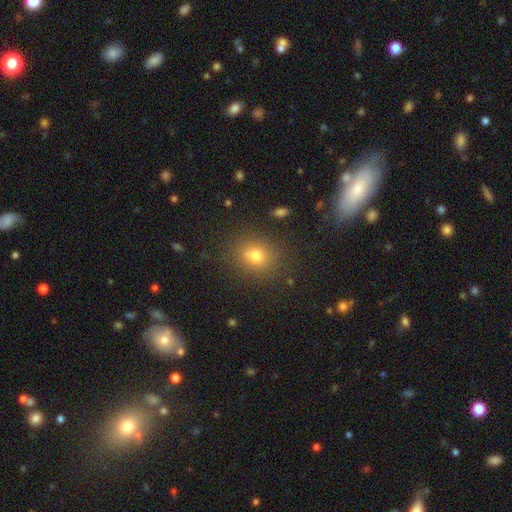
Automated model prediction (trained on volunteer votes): Smooth or featured? Predicted: smooth (p=0.72). How rounded? Predicted: round (p=0.70). Merging? Predicted: none (p=0.84).